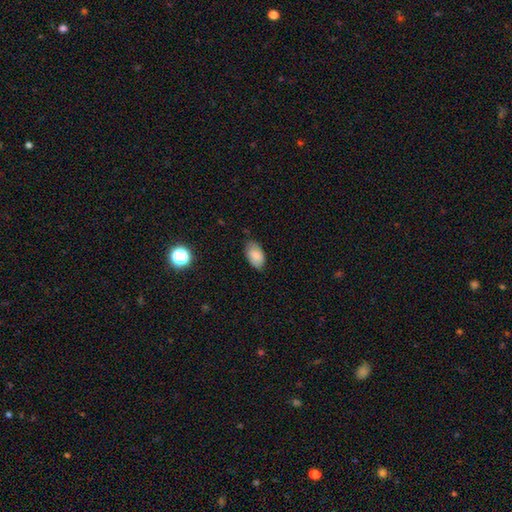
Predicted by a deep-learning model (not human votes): A smooth galaxy with no disk features (83%) that is in between round and cigar-shaped (94%).

Vote fractions:
- Smooth or featured? smooth: 83% / featured or disk: 9% / star or artifact: 8%
- How rounded? in between: 94% / round: 4% / cigar-shaped: 2%
- Merging? none: 80% / minor disturbance: 16% / major disturbance: 3% / merger: 1%